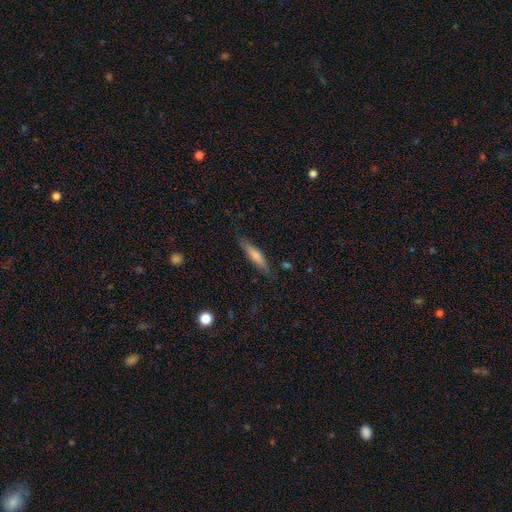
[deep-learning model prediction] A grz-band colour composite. It shows a smooth galaxy with no disk features (65%) that is cigar-shaped (84%). Merging: none (83%).